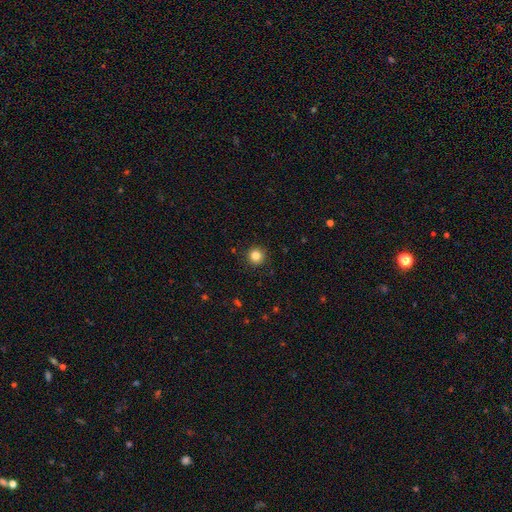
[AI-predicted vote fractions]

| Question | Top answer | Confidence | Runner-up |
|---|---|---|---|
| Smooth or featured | smooth | 83% | star or artifact (12%) |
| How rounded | round | 95% | in between (4%) |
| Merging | none | 92% | minor disturbance (5%) |